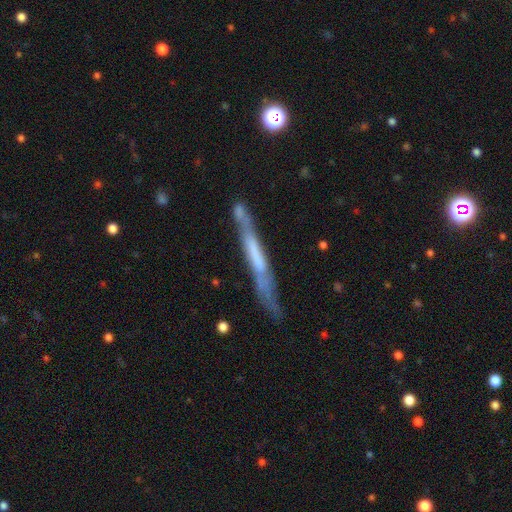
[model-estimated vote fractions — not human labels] Smooth or featured: featured or disk — 61% (smooth — 32%)
Edge-on disk: yes — 86% (no — 14%)
Edge-on bulge: none — 64% (boxy — 23%)
Merging: none — 66% (minor disturbance — 21%)